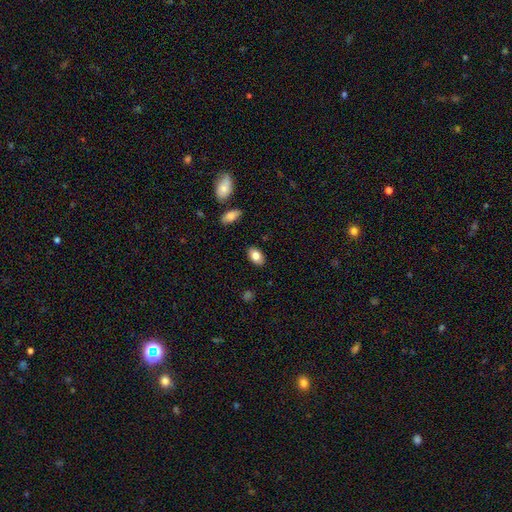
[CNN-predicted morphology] type=smooth (82%); roundness=in between (90%); merging=none (88%).